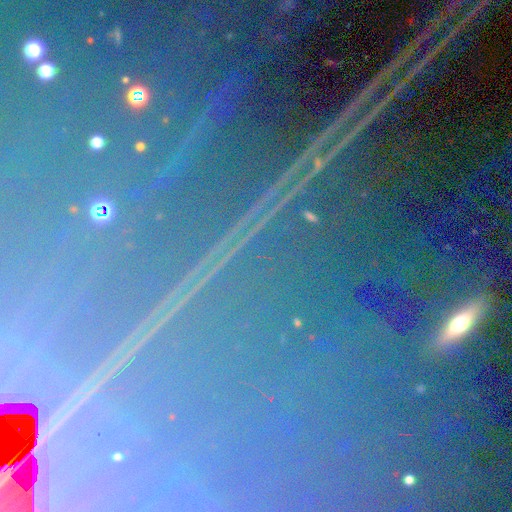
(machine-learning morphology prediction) star or artifact 86%, featured or disk 8%, smooth 6%.